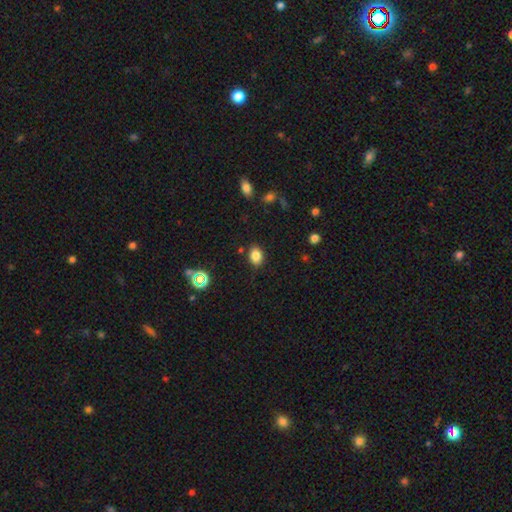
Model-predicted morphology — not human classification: type=smooth (81%); roundness=in between (68%); merging=none (83%).